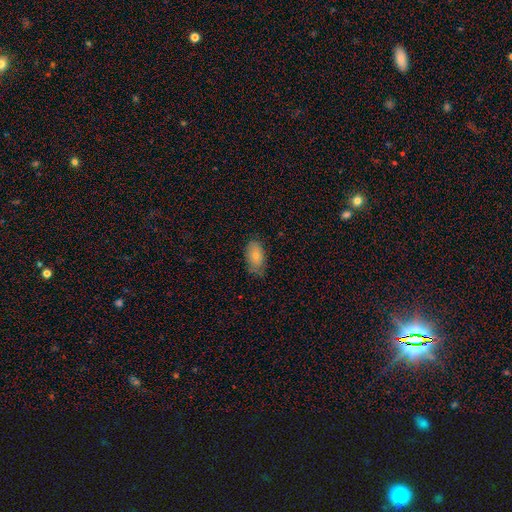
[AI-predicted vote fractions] Morphology: type=smooth (76%); roundness=in between (92%); merging=none (62%).